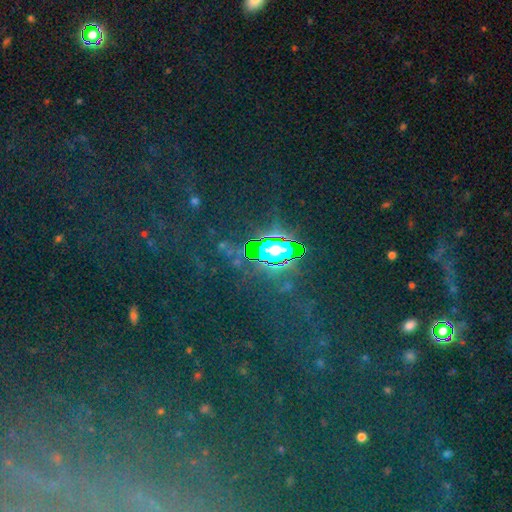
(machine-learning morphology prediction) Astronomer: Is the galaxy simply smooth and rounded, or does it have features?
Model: star or artifact — 79%.